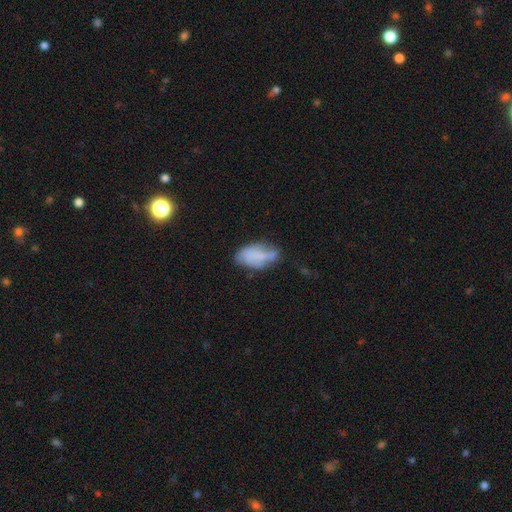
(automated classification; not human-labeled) smooth_or_featured: smooth (p=0.60) [alt: featured or disk p=0.31]
how_rounded: in between (p=0.91) [alt: cigar-shaped p=0.06]
merging: none (p=0.45) [alt: minor disturbance p=0.32]